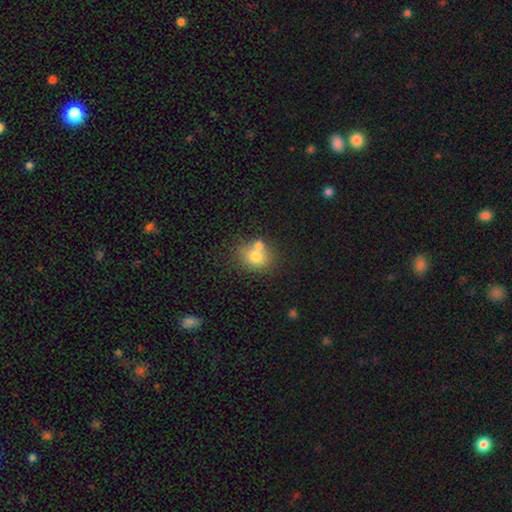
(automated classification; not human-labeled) A smooth galaxy with no disk features (73%) that is round (63%). Merging: none (47%).